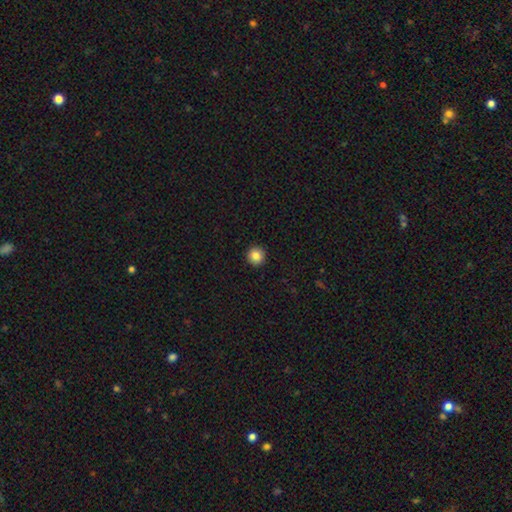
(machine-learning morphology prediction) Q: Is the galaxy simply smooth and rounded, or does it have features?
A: smooth — 85%.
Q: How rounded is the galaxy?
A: round — 94%.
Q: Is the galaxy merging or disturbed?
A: none — 93%.